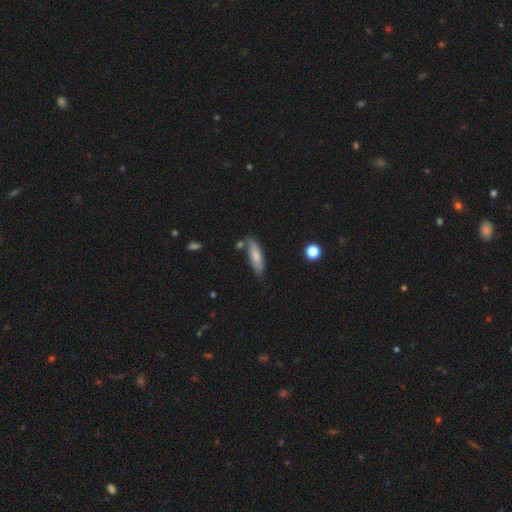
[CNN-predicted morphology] Smooth or featured? Predicted: smooth (p=0.75). How rounded? Predicted: cigar-shaped (p=0.53). Merging? Predicted: none (p=0.68).